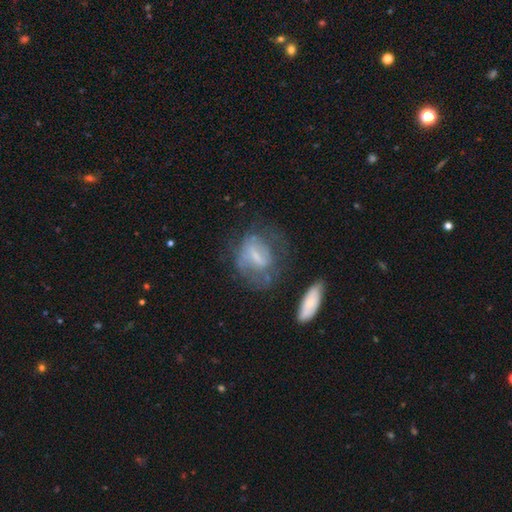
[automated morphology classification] Smooth or featured: featured or disk — 55% (smooth — 35%)
Edge-on disk: no — 92% (yes — 8%)
Bar: weak — 44% (strong — 31%)
Spiral arms: no — 55% (yes — 45%)
Bulge size: small — 44% (none — 27%)
Merging: none — 41% (major disturbance — 29%)